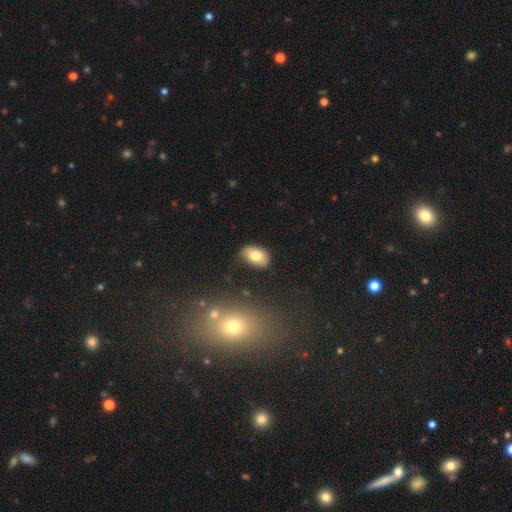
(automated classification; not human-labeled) Smooth or featured: smooth — 79% (featured or disk — 13%)
How rounded: in between — 89% (round — 9%)
Merging: none — 72% (minor disturbance — 21%)